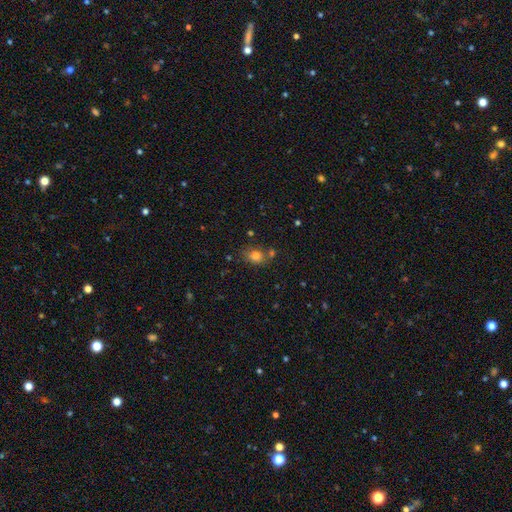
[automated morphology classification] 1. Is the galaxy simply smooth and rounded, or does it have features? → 78% smooth, 13% star or artifact, 9% featured or disk.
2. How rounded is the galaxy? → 50% round, 49% in between, 1% cigar-shaped.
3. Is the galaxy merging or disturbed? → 64% none, 16% minor disturbance, 15% merger, 5% major disturbance.